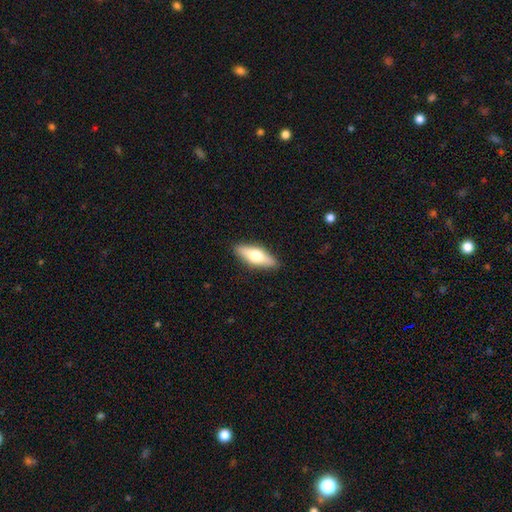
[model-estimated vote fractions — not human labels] Smooth or featured: smooth — 54% (featured or disk — 40%)
How rounded: in between — 56% (cigar-shaped — 41%)
Merging: none — 89% (minor disturbance — 8%)